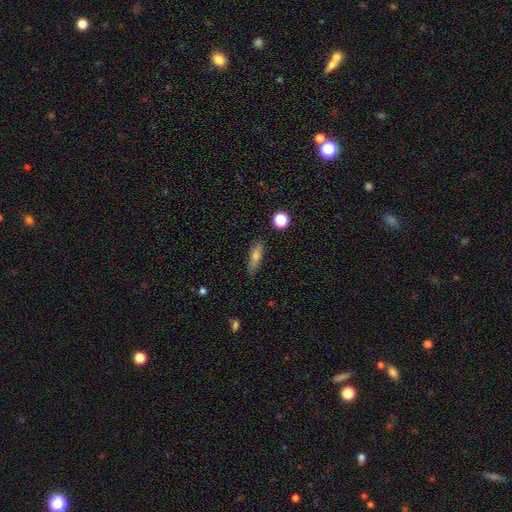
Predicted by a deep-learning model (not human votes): Smooth or featured? Predicted: smooth (p=0.69). How rounded? Predicted: cigar-shaped (p=0.56). Merging? Predicted: none (p=0.82).